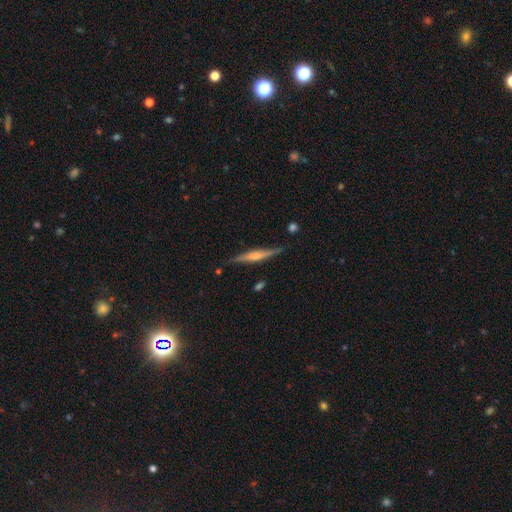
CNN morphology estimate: type=featured or disk (64%); edge-on=yes (97%); edge-on bulge=rounded (54%); merging=none (84%).